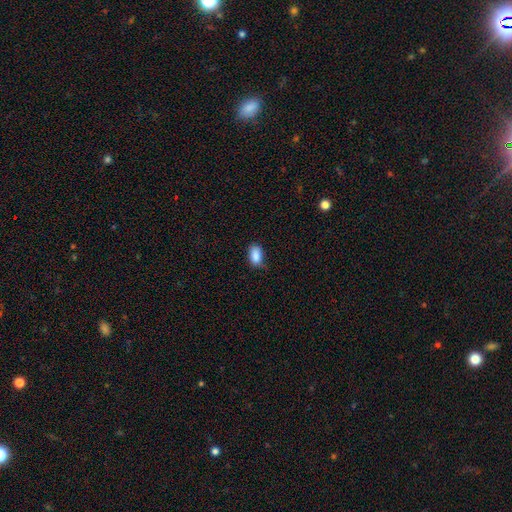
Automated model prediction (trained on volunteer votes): This is clearly a smooth galaxy (88%). How rounded: clearly in between (90%). Merging: likely none (68%).